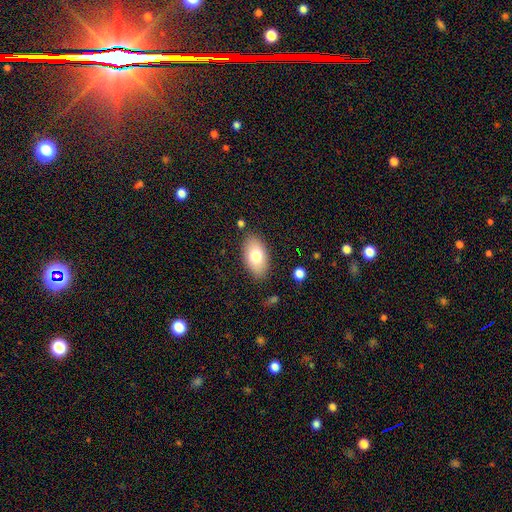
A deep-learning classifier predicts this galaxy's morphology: Smooth or featured? Predicted: smooth (p=0.75). How rounded? Predicted: in between (p=0.93). Merging? Predicted: none (p=0.85).